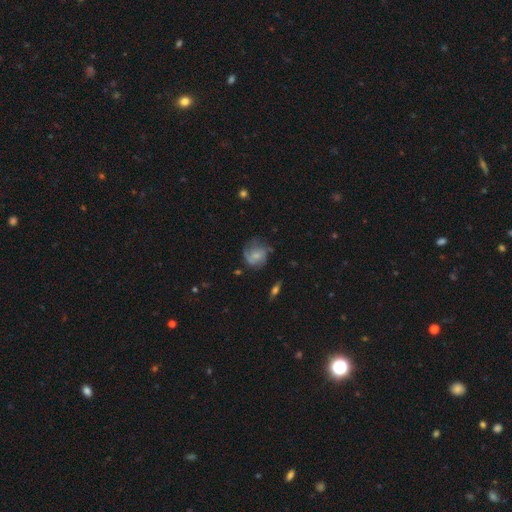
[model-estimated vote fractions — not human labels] Overall: featured or disk (55%; smooth 36%). Edge-on disk: no (97%). Bar: no (70%). Spiral arms: yes (82%). Bulge size: small (52%; moderate 34%). Merging: none (57%; minor disturbance 26%).